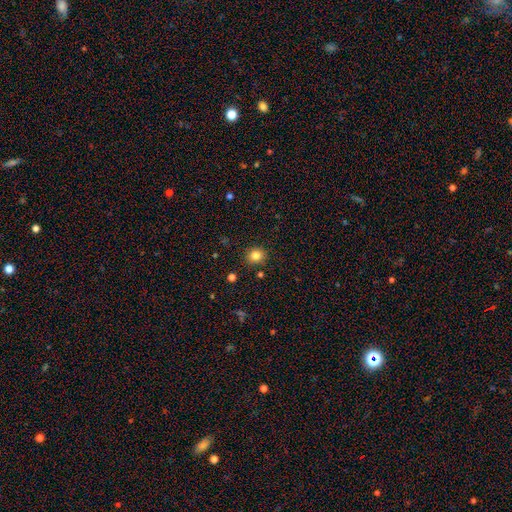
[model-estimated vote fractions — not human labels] Q: Smooth or featured?
A: smooth (83%); runner-up: star or artifact (12%)
Q: How rounded?
A: round (80%); runner-up: in between (19%)
Q: Merging?
A: none (88%); runner-up: minor disturbance (8%)